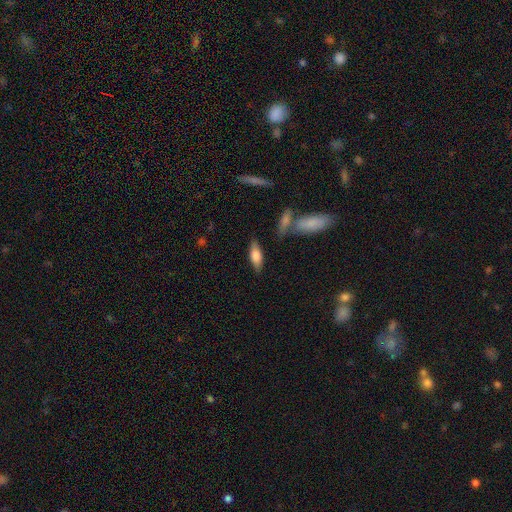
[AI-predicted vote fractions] Smooth or featured?
  - smooth: 68% *
  - featured or disk: 26%
  - star or artifact: 6%
How rounded?
  - in between: 71% *
  - cigar-shaped: 26%
  - round: 3%
Merging?
  - none: 78% *
  - minor disturbance: 13%
  - merger: 5%
  - major disturbance: 3%